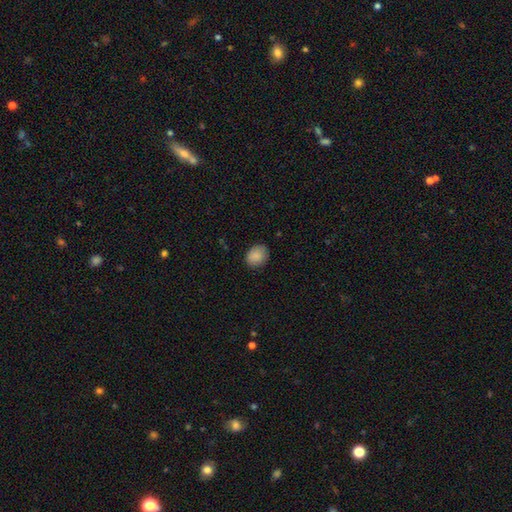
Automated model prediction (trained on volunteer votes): Smooth or featured?
  - smooth: 88% *
  - star or artifact: 8%
  - featured or disk: 4%
How rounded?
  - in between: 54% *
  - round: 45%
  - cigar-shaped: 1%
Merging?
  - none: 83% *
  - minor disturbance: 13%
  - major disturbance: 3%
  - merger: 1%